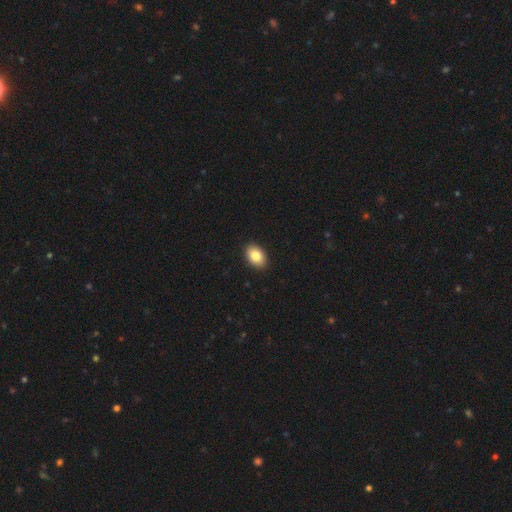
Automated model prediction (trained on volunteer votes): A smooth galaxy with no disk features (85%) that is in between round and cigar-shaped (85%).

Vote fractions:
- Smooth or featured? smooth: 85% / star or artifact: 8% / featured or disk: 7%
- How rounded? in between: 85% / round: 14% / cigar-shaped: 1%
- Merging? none: 91% / minor disturbance: 7% / major disturbance: 2% / merger: 1%